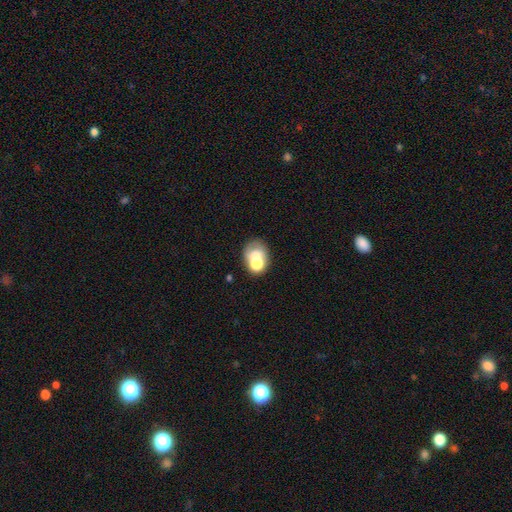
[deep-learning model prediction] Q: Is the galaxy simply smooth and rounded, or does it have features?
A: smooth — 60%.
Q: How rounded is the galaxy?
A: in between — 53%.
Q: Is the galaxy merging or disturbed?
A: none — 37%.